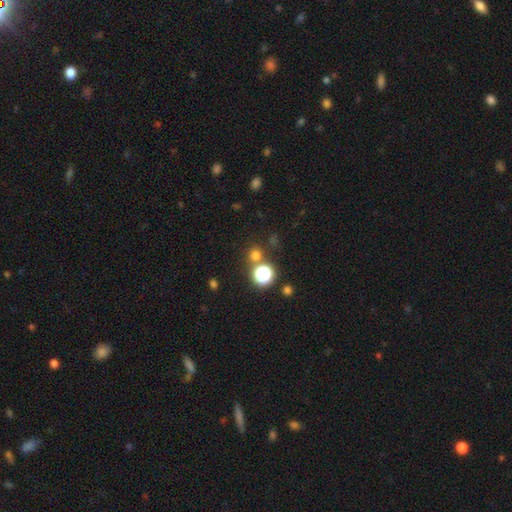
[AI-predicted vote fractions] smooth_or_featured: smooth (p=0.67) [alt: star or artifact p=0.28]
how_rounded: round (p=0.91) [alt: in between p=0.08]
merging: none (p=0.77) [alt: merger p=0.13]